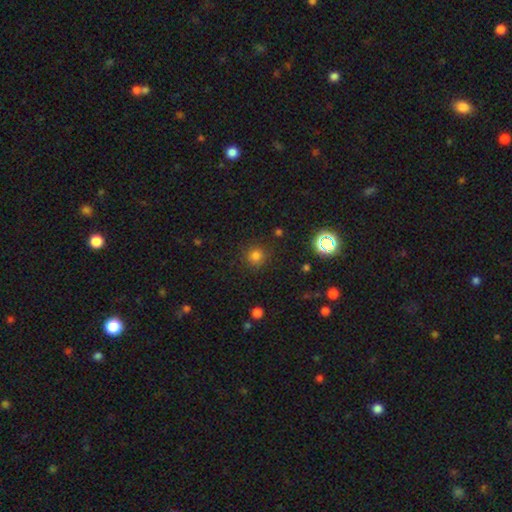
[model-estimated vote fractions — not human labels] Smooth or featured: smooth — 77% (star or artifact — 18%)
How rounded: round — 93% (in between — 6%)
Merging: none — 87% (minor disturbance — 8%)